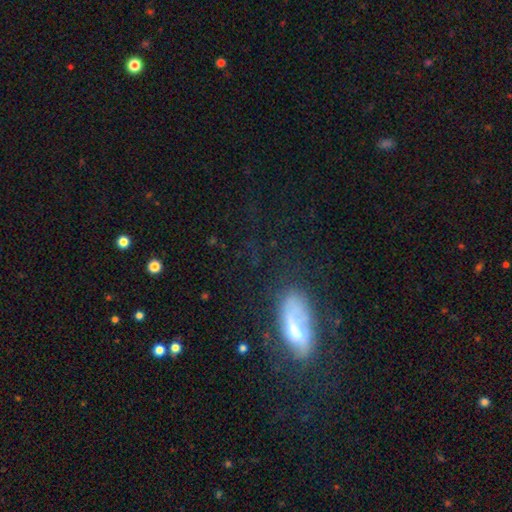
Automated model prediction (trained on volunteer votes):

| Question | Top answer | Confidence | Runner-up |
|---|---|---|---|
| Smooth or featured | smooth | 42% | featured or disk (39%) |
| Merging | none | 53% | minor disturbance (21%) |